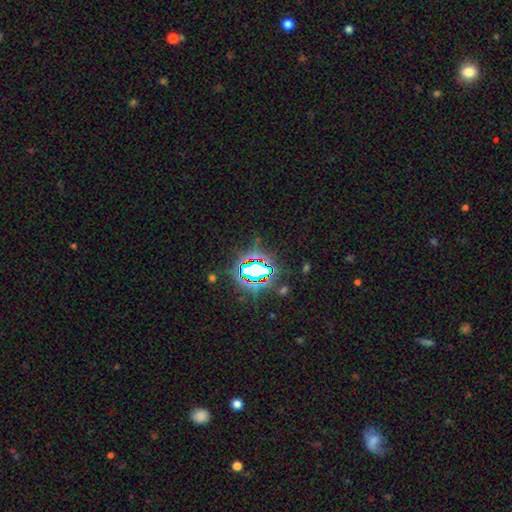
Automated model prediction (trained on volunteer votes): smooth_or_featured: star or artifact (p=0.75) [alt: smooth p=0.15]